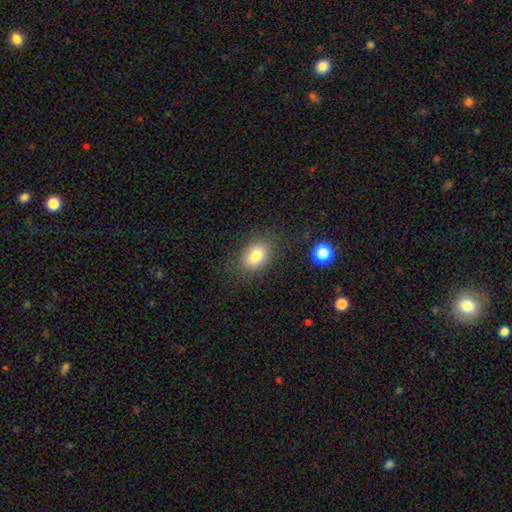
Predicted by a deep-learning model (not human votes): Smooth or featured? smooth (78%)
How rounded? in between (72%)
Merging? none (80%)